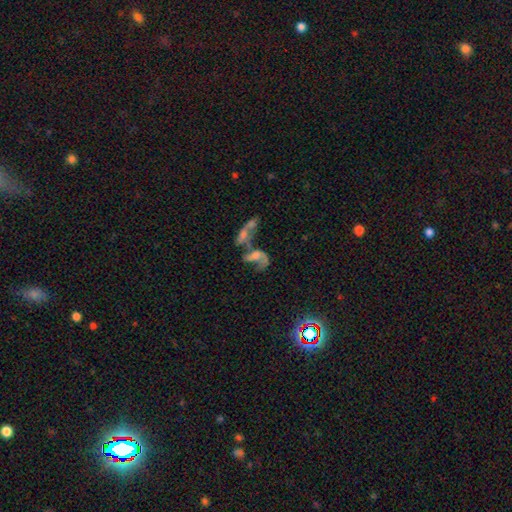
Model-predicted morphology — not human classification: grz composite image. It shows a featured or disk galaxy (60%) with no bar (61%), spiral arms (64%) and no central bulge (36%). Merging: merger (59%).